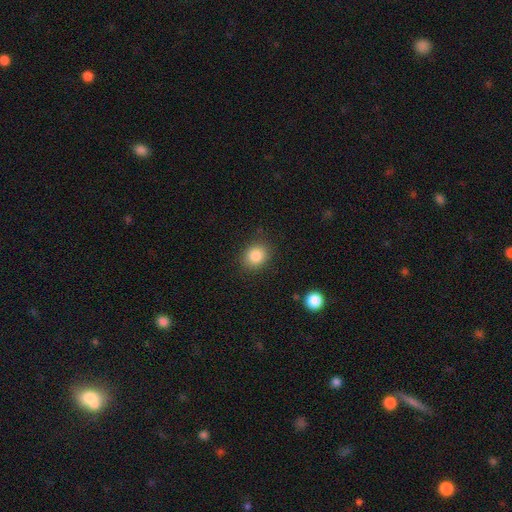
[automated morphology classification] Overall: smooth (85%). How rounded: round (61%; in between 38%). Merging: none (86%).